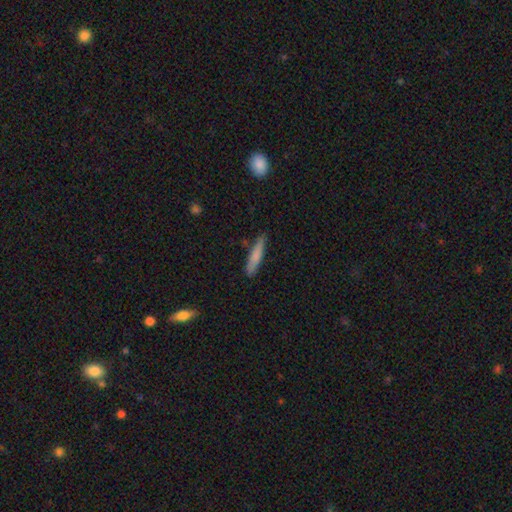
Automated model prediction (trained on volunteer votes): Smooth or featured: smooth — 76% (featured or disk — 18%)
How rounded: cigar-shaped — 88% (in between — 10%)
Merging: none — 81% (minor disturbance — 15%)